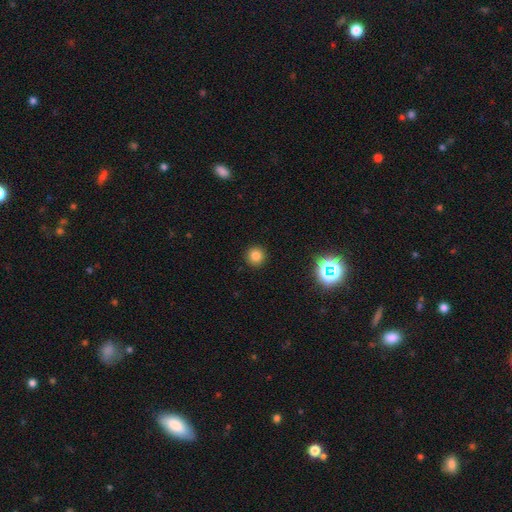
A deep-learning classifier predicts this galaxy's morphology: This appears to be a smooth galaxy with no disk features (79%) that is round (95%). Merging: none (92%).